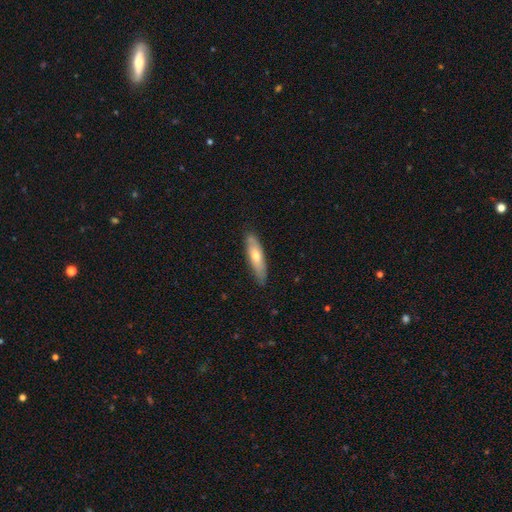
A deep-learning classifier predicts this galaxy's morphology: smooth_or_featured: smooth (p=0.54) [alt: featured or disk p=0.39]
how_rounded: cigar-shaped (p=0.71) [alt: in between p=0.27]
merging: none (p=0.85) [alt: minor disturbance p=0.12]